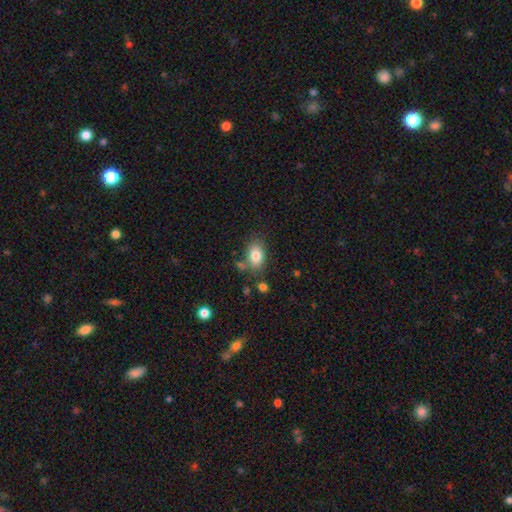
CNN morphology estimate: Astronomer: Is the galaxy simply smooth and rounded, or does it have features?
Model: smooth — 82%.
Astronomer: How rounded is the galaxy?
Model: in between — 86%.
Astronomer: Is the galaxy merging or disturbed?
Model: none — 71%.